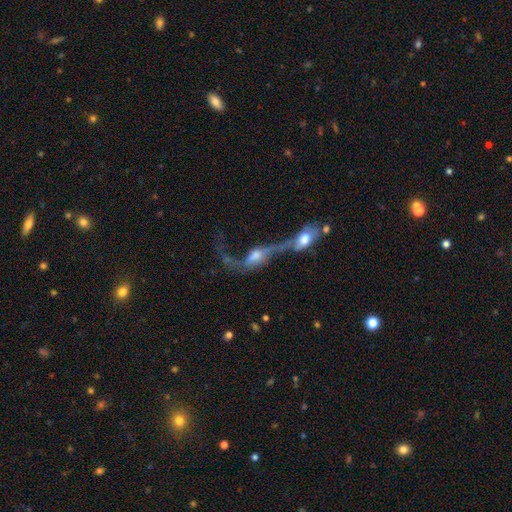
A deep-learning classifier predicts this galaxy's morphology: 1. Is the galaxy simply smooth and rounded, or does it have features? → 63% featured or disk, 26% smooth, 11% star or artifact.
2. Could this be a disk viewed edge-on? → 81% no, 19% yes.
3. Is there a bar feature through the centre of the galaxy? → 63% no, 27% weak, 9% strong.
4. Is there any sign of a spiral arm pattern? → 65% yes, 35% no.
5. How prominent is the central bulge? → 47% moderate, 23% large, 18% small, 9% none, 4% dominant.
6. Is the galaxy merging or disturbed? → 80% merger, 10% major disturbance, 6% none, 3% minor disturbance.